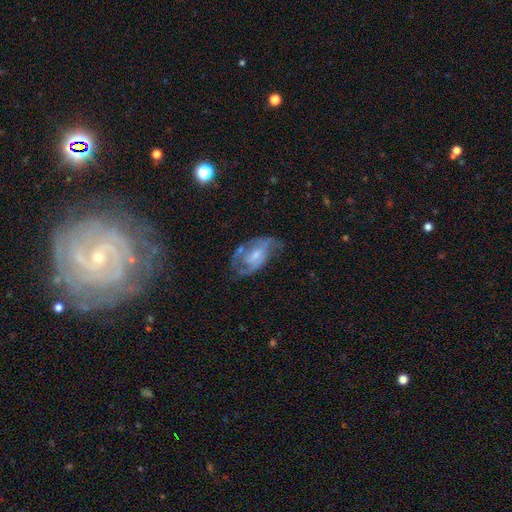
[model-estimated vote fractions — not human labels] featured or disk 74%, smooth 19%, star or artifact 7%. Down the decision tree: edge-on disk — no (96%); bar — weak (44%); spiral arms — yes (78%); spiral arm count — 2 (56%); spiral winding — medium (46%); bulge size — small (51%); merging — none (44%).